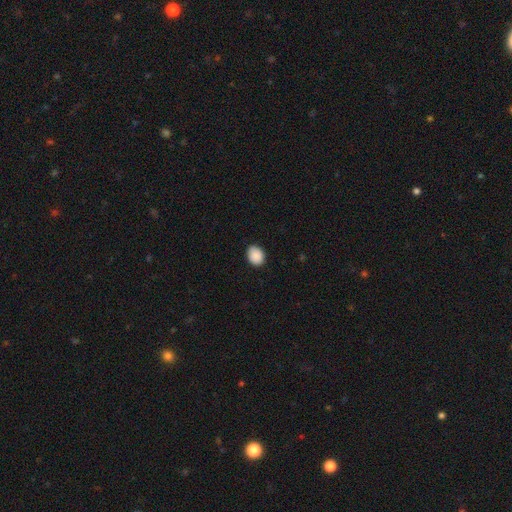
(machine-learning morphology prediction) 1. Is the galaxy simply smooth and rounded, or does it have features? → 90% smooth, 7% star or artifact, 3% featured or disk.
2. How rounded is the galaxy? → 53% in between, 46% round, 1% cigar-shaped.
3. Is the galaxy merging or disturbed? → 86% none, 11% minor disturbance, 2% major disturbance, 1% merger.